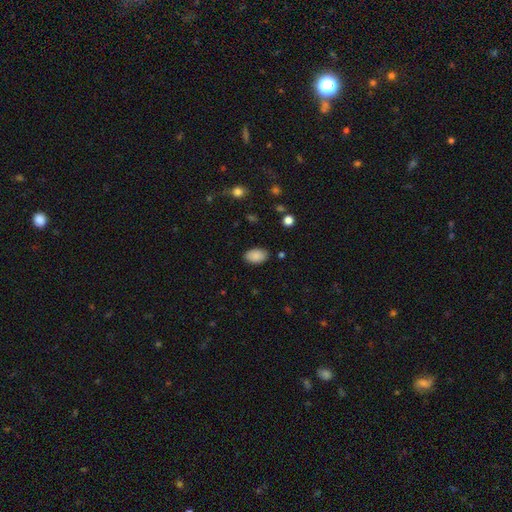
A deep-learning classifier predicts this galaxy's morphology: type=smooth (88%); roundness=in between (91%); merging=none (86%).